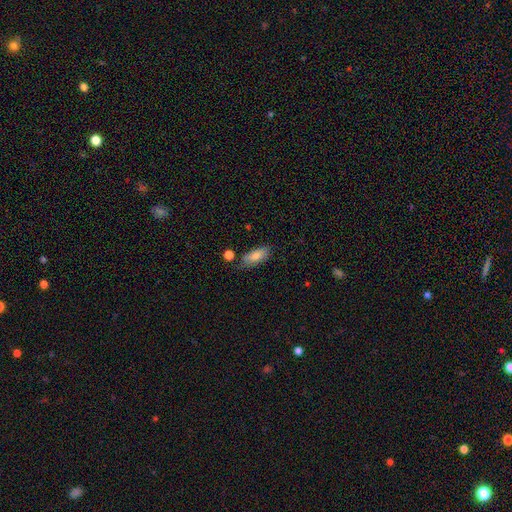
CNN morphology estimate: This appears to be a smooth galaxy with no disk features (76%) that is in between round and cigar-shaped (82%). Merging: none (65%).